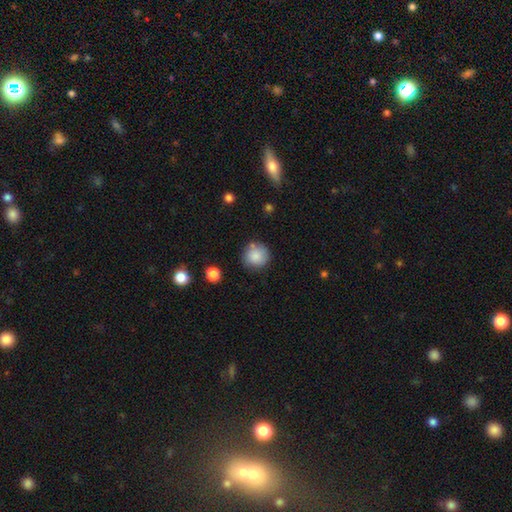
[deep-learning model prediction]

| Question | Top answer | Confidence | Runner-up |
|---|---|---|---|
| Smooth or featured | smooth | 85% | star or artifact (9%) |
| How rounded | round | 92% | in between (7%) |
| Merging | none | 77% | minor disturbance (13%) |